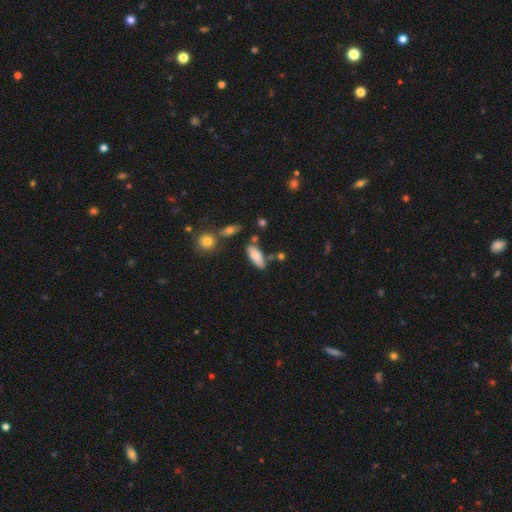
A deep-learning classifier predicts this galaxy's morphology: This is clearly a smooth galaxy (80%). How rounded: likely in between (78%). Merging: possibly none (60%).